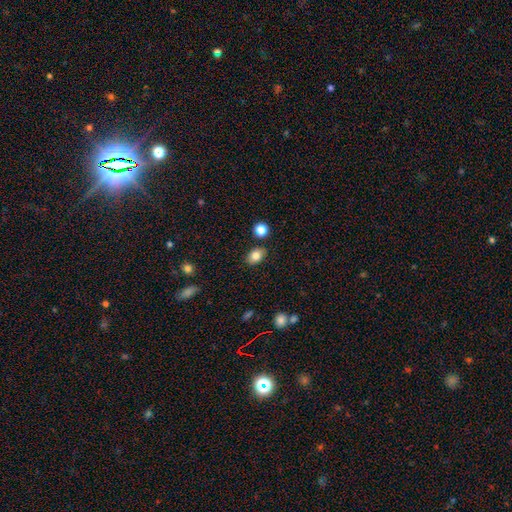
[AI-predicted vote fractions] A smooth galaxy with no disk features (83%) that is in between round and cigar-shaped (73%).

Vote fractions:
- Smooth or featured? smooth: 83% / star or artifact: 9% / featured or disk: 7%
- How rounded? in between: 73% / round: 26% / cigar-shaped: 1%
- Merging? none: 83% / minor disturbance: 10% / merger: 4% / major disturbance: 2%